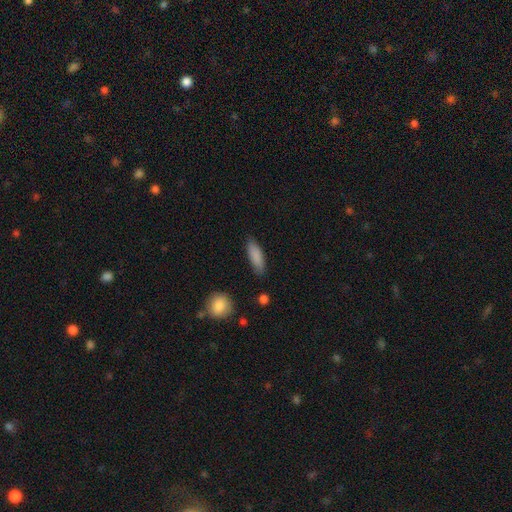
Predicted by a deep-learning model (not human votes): The model was most divided on "how rounded": in between: 54%, cigar-shaped: 44%, round: 2%. More confident: smooth or featured — smooth (86%); merging — none (82%).